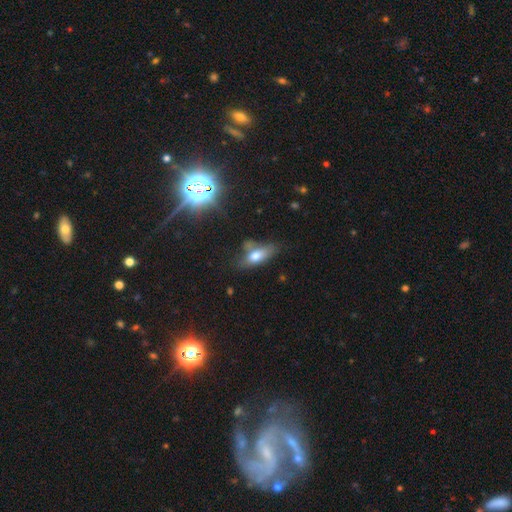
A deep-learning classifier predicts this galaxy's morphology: type=smooth (66%); roundness=in between (75%); merging=none (53%).